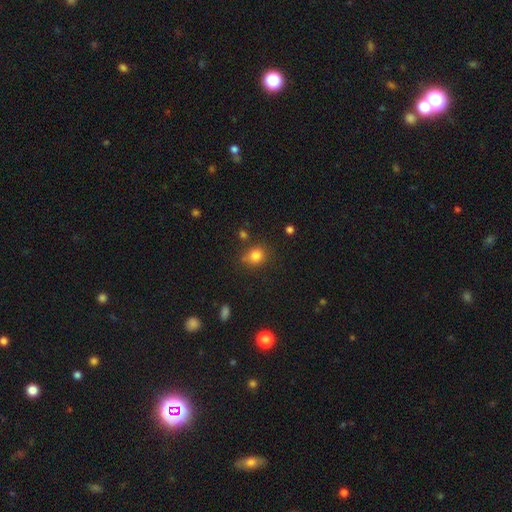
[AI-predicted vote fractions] Smooth or featured? Predicted: smooth (p=0.81). How rounded? Predicted: round (p=0.70). Merging? Predicted: none (p=0.72).